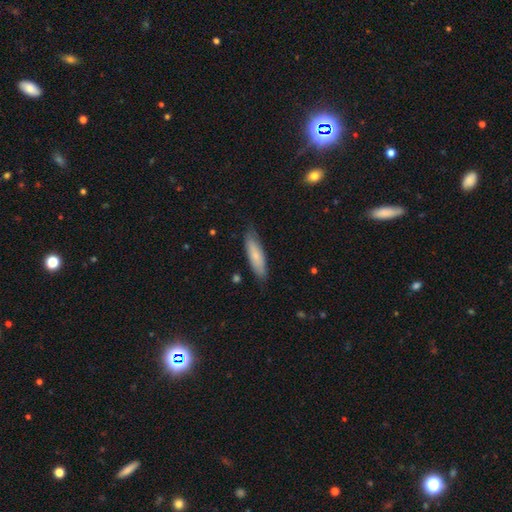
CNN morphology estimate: The model was most divided on "how rounded": cigar-shaped: 63%, in between: 35%, round: 2%. More confident: merging — none (80%); smooth or featured — smooth (74%).